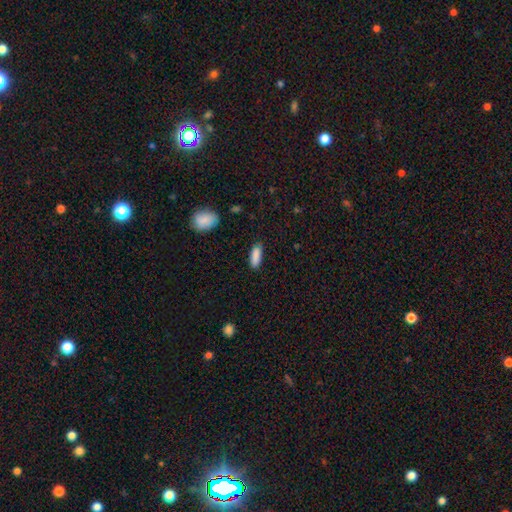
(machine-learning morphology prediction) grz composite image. It shows a smooth galaxy with no disk features (88%) that is in between round and cigar-shaped (64%). Merging: none (84%).